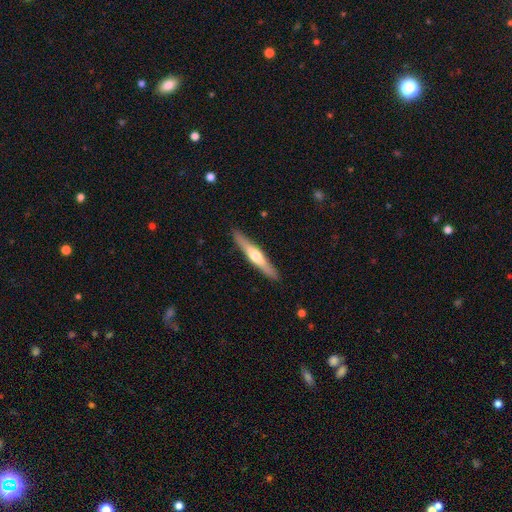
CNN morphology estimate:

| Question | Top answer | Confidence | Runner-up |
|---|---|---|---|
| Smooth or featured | featured or disk | 61% | smooth (34%) |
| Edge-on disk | yes | 96% | no (4%) |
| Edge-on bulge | rounded | 90% | none (5%) |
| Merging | none | 90% | minor disturbance (7%) |